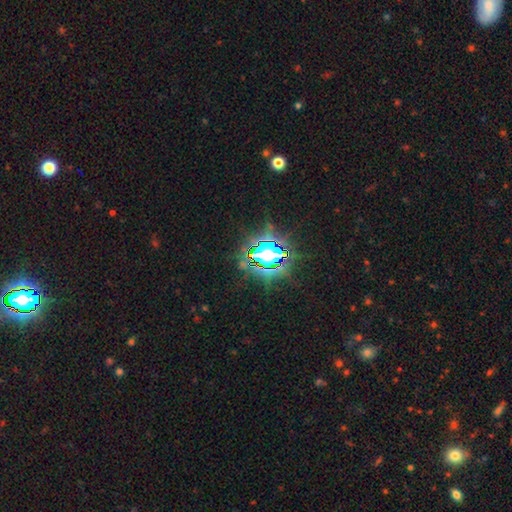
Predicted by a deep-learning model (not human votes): Smooth or featured? Predicted: star or artifact (p=0.78).